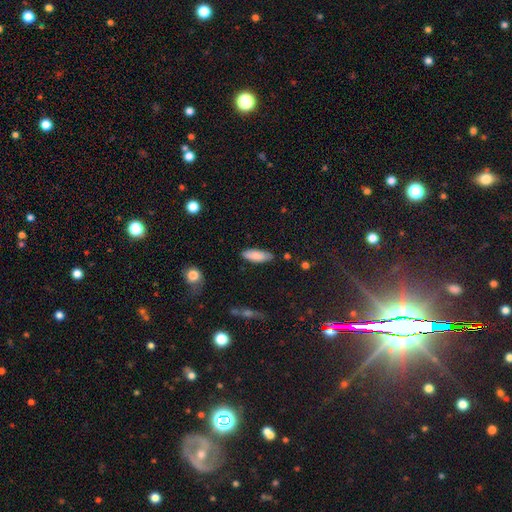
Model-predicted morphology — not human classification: smooth-or-featured: smooth: 85% | featured or disk: 9% | star or artifact: 6%
  how-rounded: in between: 62% | cigar-shaped: 36% | round: 2%
  merging: none: 83% | minor disturbance: 13% | major disturbance: 2% | merger: 2%